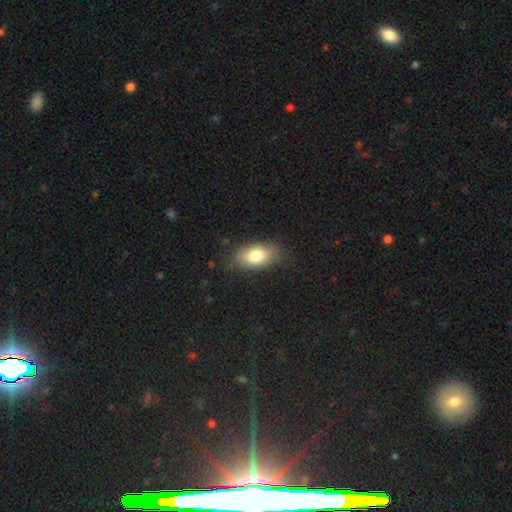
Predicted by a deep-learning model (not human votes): Smooth or featured? Predicted: smooth (p=0.79). How rounded? Predicted: in between (p=0.90). Merging? Predicted: none (p=0.80).